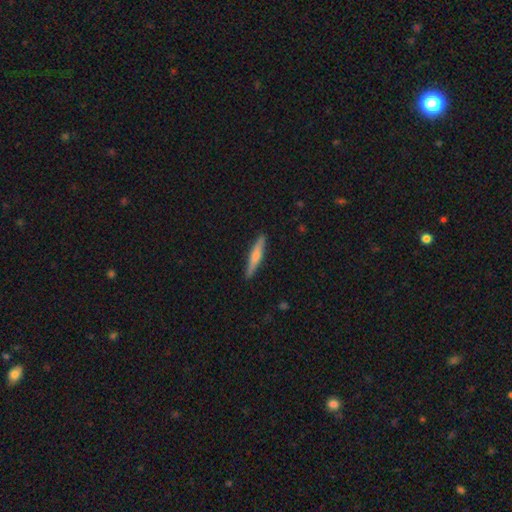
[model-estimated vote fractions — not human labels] This appears to be a smooth galaxy with no disk features (53%) that is cigar-shaped (91%). Merging: none (90%).